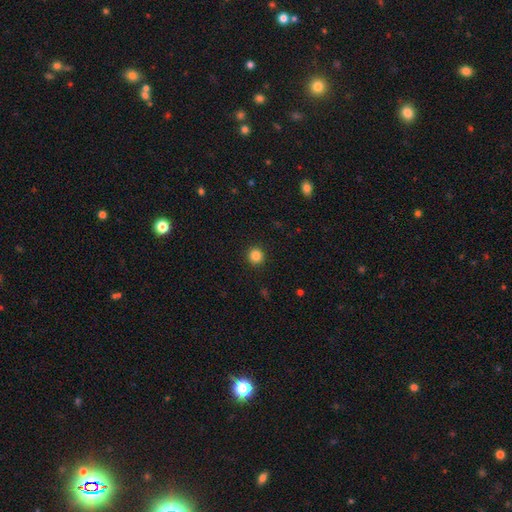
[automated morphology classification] Smooth or featured?
  - smooth: 85% *
  - star or artifact: 11%
  - featured or disk: 4%
How rounded?
  - round: 95% *
  - in between: 5%
  - cigar-shaped: 1%
Merging?
  - none: 93% *
  - minor disturbance: 5%
  - major disturbance: 2%
  - merger: 1%